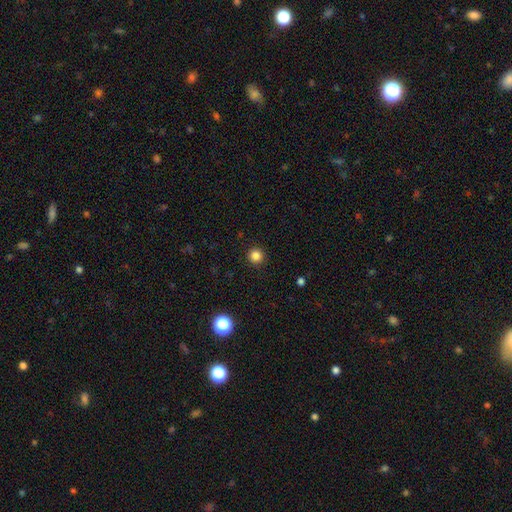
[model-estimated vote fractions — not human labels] This appears to be a smooth galaxy with no disk features (84%) that is round (95%). Merging: none (92%).